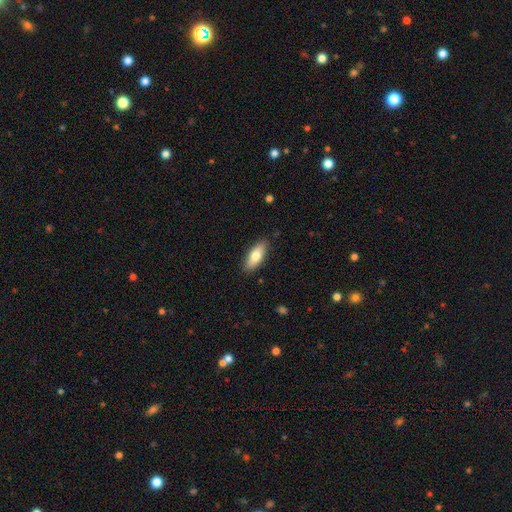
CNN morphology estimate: Smooth or featured?
  - smooth: 73% *
  - featured or disk: 21%
  - star or artifact: 6%
How rounded?
  - in between: 73% *
  - cigar-shaped: 25%
  - round: 2%
Merging?
  - none: 87% *
  - minor disturbance: 10%
  - major disturbance: 2%
  - merger: 1%